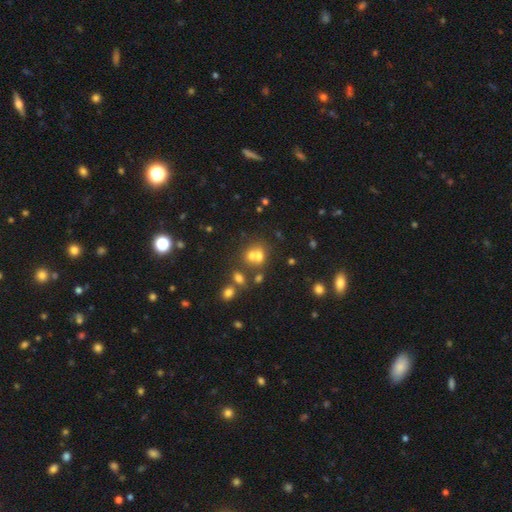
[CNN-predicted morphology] Smooth or featured: smooth — 61% (featured or disk — 20%)
How rounded: round — 68% (in between — 30%)
Merging: merger — 53% (none — 35%)